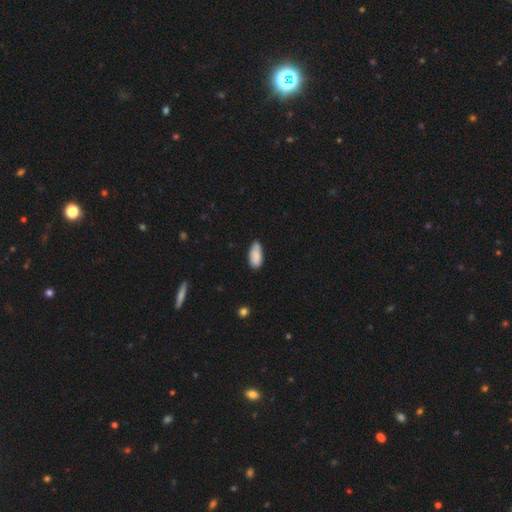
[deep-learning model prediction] smooth 86%, featured or disk 8%, star or artifact 7%. Down the decision tree: how rounded — in between (89%); merging — none (66%).